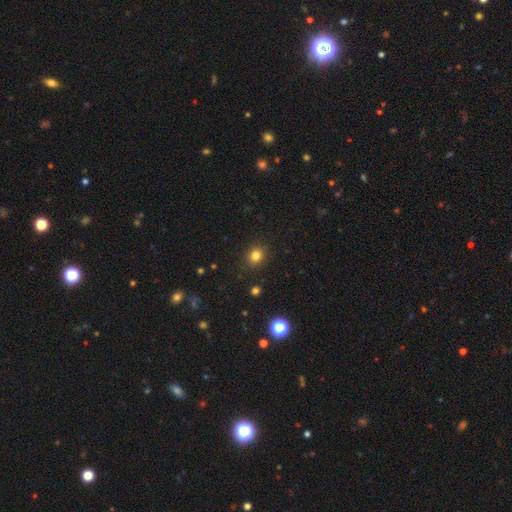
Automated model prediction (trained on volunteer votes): A smooth galaxy with no disk features (80%) that is round (69%). Merging: none (88%).